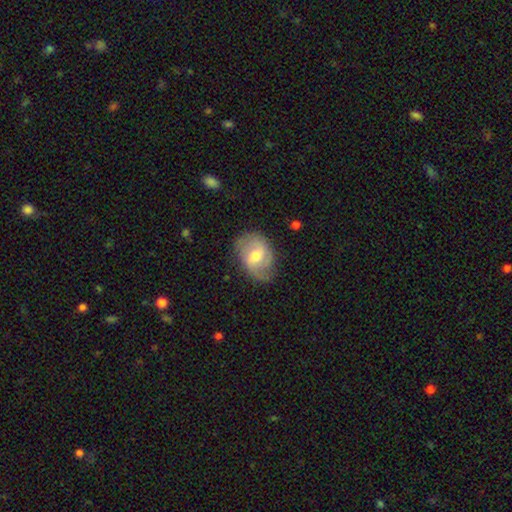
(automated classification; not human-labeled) Morphology: type=featured or disk (57%); edge-on=no (96%); bar=weak (55%); spiral arms=yes (79%); bulge=moderate (69%); merging=none (68%).